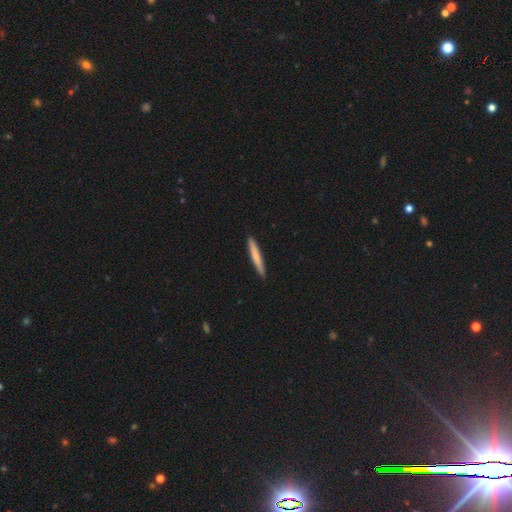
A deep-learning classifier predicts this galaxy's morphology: A smooth galaxy with no disk features (74%) that is cigar-shaped (96%).

Vote fractions:
- Smooth or featured? smooth: 74% / featured or disk: 21% / star or artifact: 5%
- How rounded? cigar-shaped: 96% / in between: 3% / round: 1%
- Merging? none: 92% / minor disturbance: 6% / major disturbance: 1% / merger: 1%